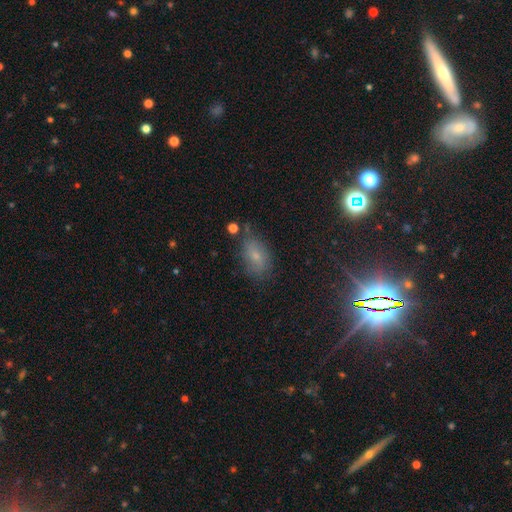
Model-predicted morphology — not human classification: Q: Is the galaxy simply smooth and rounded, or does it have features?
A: smooth — 61%.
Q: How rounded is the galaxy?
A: in between — 87%.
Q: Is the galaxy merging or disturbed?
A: none — 65%.